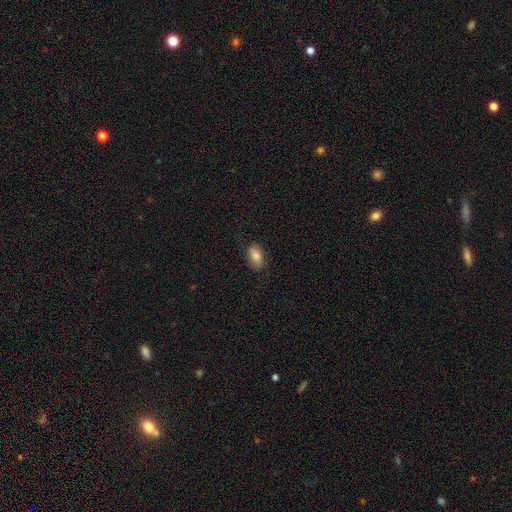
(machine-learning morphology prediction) Smooth or featured? Predicted: smooth (p=0.81). How rounded? Predicted: in between (p=0.91). Merging? Predicted: none (p=0.82).